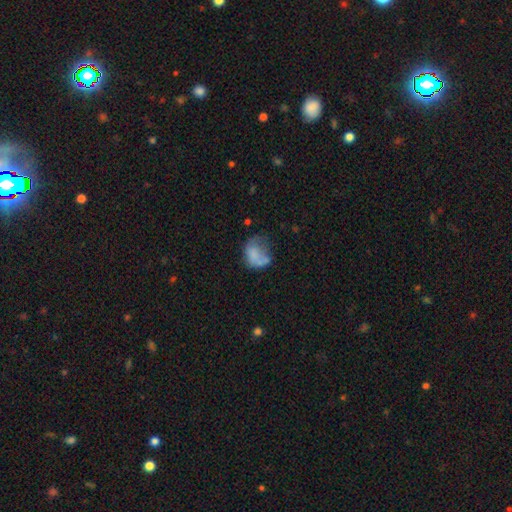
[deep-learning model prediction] Smooth or featured? smooth (62%)
How rounded? in between (54%)
Merging? major disturbance (37%)